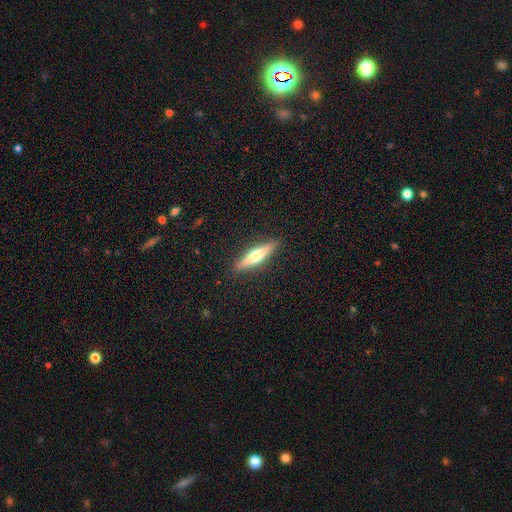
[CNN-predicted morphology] The model was most divided on "smooth or featured": featured or disk: 56%, smooth: 38%, star or artifact: 6%. More confident: edge-on disk — yes (95%); edge-on bulge — rounded (91%); merging — none (90%).